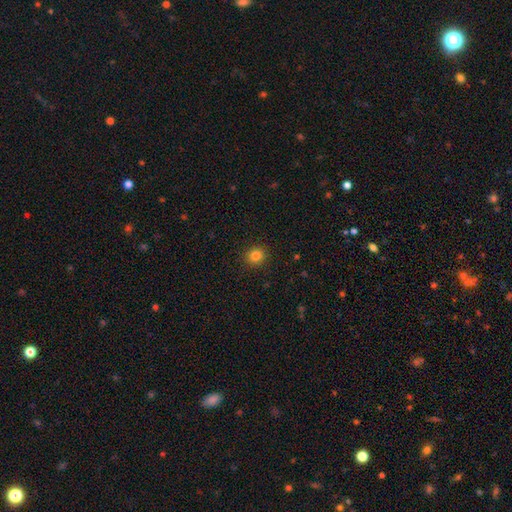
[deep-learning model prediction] This appears to be a smooth galaxy with no disk features (83%) that is round (87%). Merging: none (91%).